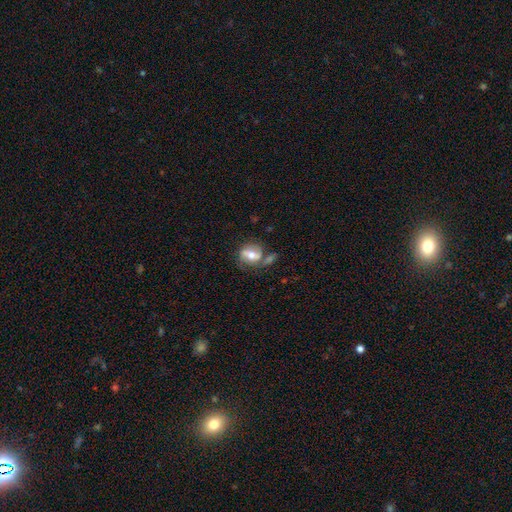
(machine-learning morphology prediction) smooth-or-featured: featured or disk: 51% | smooth: 41% | star or artifact: 8%
  disk-edge-on: no: 93% | yes: 7%
  merging: none: 51% | merger: 20% | minor disturbance: 19% | major disturbance: 10%